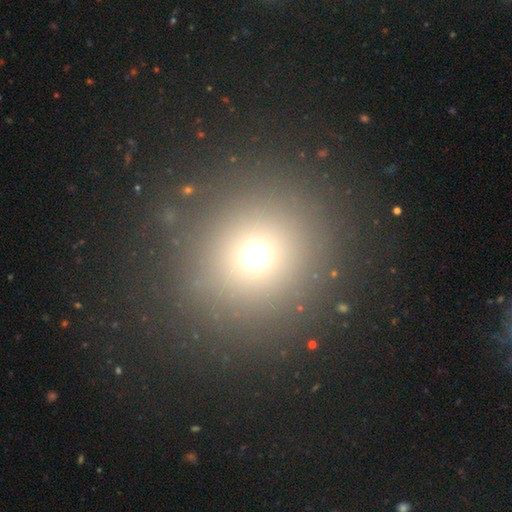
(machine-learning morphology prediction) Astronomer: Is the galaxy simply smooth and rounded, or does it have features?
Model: smooth — 65%.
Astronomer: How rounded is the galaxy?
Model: round — 92%.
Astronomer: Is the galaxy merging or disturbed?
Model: none — 87%.